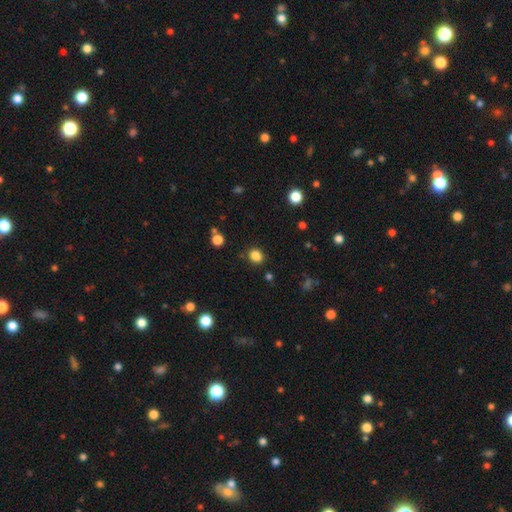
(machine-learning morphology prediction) type=smooth (84%); roundness=round (66%); merging=none (84%).